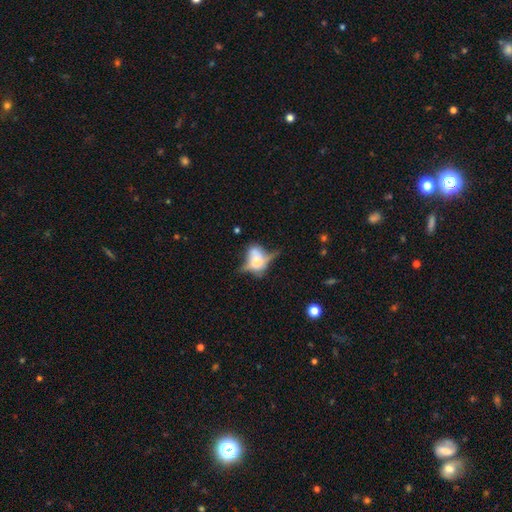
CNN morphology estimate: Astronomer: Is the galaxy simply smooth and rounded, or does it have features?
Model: featured or disk — 51% (runner-up: smooth, 37%).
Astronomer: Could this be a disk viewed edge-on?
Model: yes — 50%, tied with no at 50%.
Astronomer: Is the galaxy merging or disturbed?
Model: none — 36% (runner-up: major disturbance, 25%).